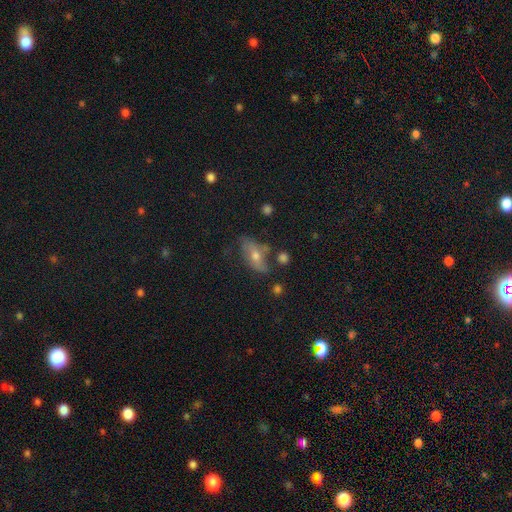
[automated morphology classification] smooth_or_featured: smooth (p=0.45) [alt: featured or disk p=0.43]
merging: none (p=0.59) [alt: minor disturbance p=0.23]